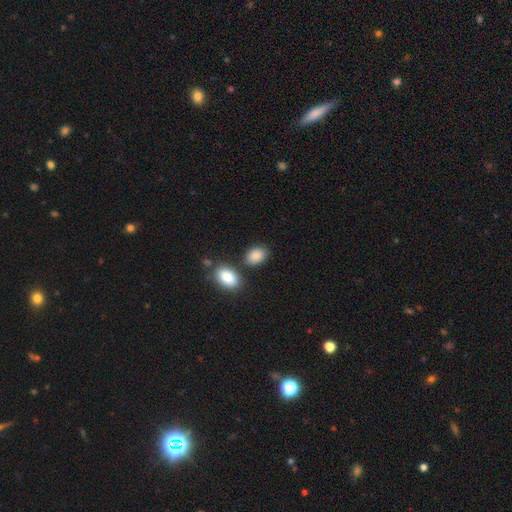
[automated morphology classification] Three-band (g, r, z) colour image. It shows a smooth galaxy with no disk features (88%) that is in between round and cigar-shaped (80%). Merging: none (71%).